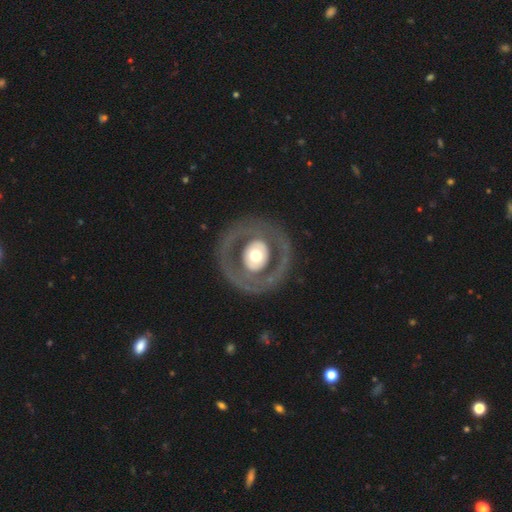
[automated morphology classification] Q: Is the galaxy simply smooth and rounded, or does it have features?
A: featured or disk — 62%.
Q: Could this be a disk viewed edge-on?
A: no — 95%.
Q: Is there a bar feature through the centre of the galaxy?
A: no — 80%.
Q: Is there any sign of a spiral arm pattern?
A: no — 80%.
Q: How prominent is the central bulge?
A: moderate — 55%.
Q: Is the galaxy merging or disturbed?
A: none — 80%.